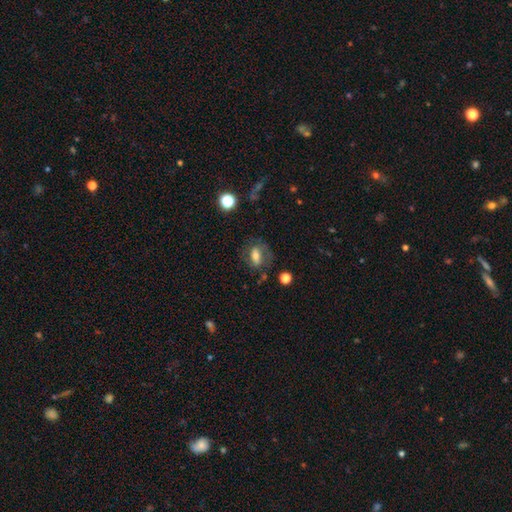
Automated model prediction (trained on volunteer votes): Smooth or featured? smooth (54%)
How rounded? in between (74%)
Merging? none (62%)